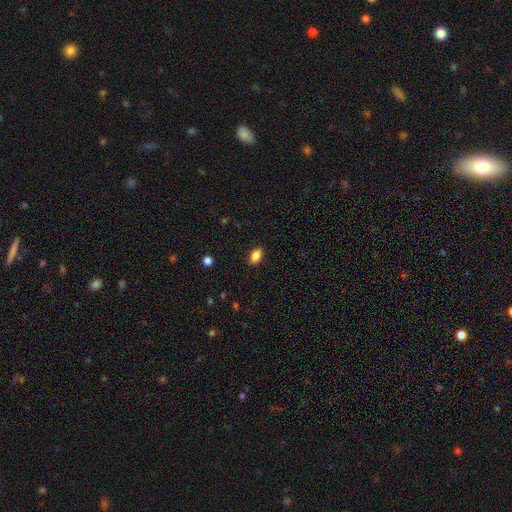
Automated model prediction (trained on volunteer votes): A smooth galaxy with no disk features (85%) that is in between round and cigar-shaped (88%).

Vote fractions:
- Smooth or featured? smooth: 85% / star or artifact: 9% / featured or disk: 6%
- How rounded? in between: 88% / round: 8% / cigar-shaped: 3%
- Merging? none: 89% / minor disturbance: 8% / major disturbance: 2% / merger: 1%